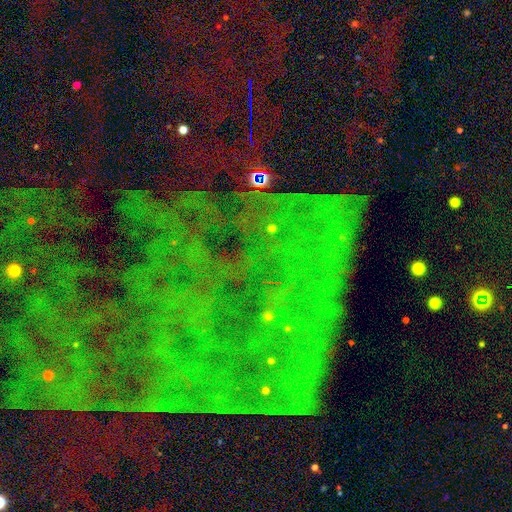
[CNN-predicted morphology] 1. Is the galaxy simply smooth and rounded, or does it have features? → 81% star or artifact, 11% featured or disk, 9% smooth.